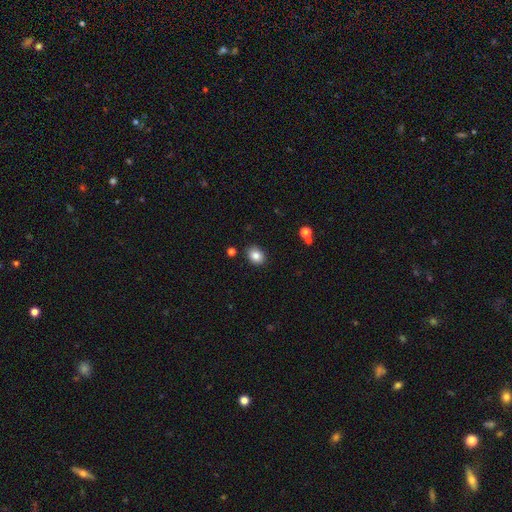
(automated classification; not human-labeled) The model was most divided on "how rounded": in between: 58%, round: 41%, cigar-shaped: 1%. More confident: merging — none (87%); smooth or featured — smooth (84%).